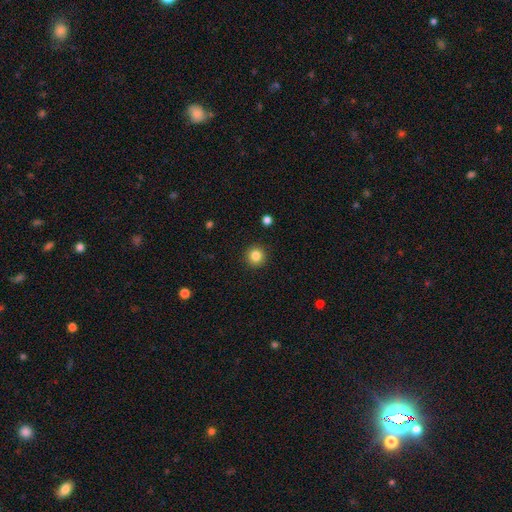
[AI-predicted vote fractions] smooth 84%, star or artifact 11%, featured or disk 5%. Down the decision tree: how rounded — round (95%); merging — none (92%).